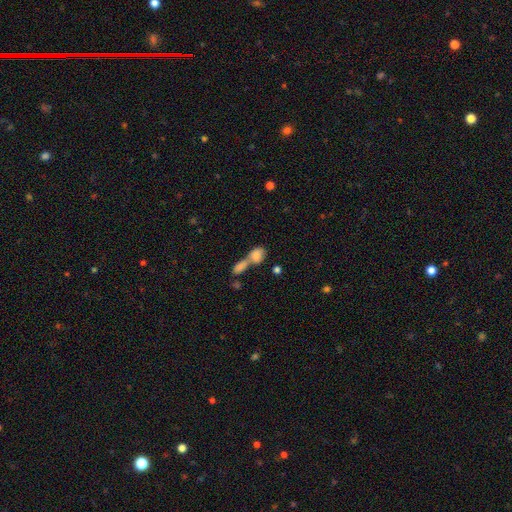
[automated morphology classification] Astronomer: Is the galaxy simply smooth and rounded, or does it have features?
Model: smooth — 80%.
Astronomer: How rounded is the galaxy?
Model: in between — 70%.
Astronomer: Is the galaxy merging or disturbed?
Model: merger — 71%.